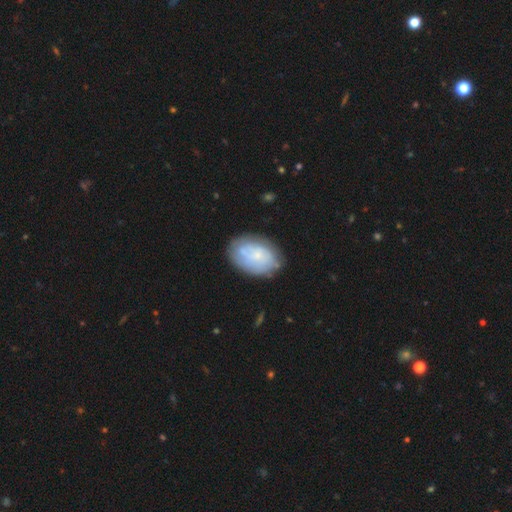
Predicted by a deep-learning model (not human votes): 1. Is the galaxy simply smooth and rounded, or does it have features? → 54% smooth, 39% featured or disk, 7% star or artifact.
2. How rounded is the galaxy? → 83% in between, 16% round, 1% cigar-shaped.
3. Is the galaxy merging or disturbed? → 70% none, 20% minor disturbance, 7% major disturbance, 4% merger.